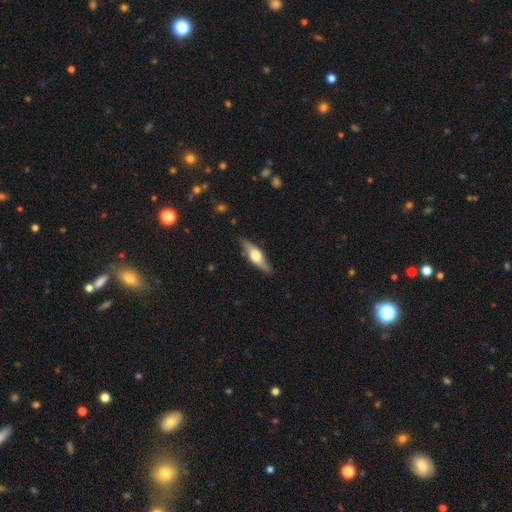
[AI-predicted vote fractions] A featured or disk galaxy (53%) viewed edge-on (89%). Merging: none (84%).